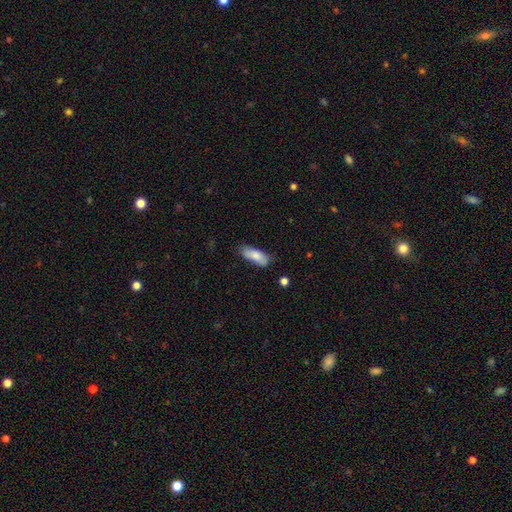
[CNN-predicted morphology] Smooth or featured? smooth (83%)
How rounded? in between (70%)
Merging? none (71%)